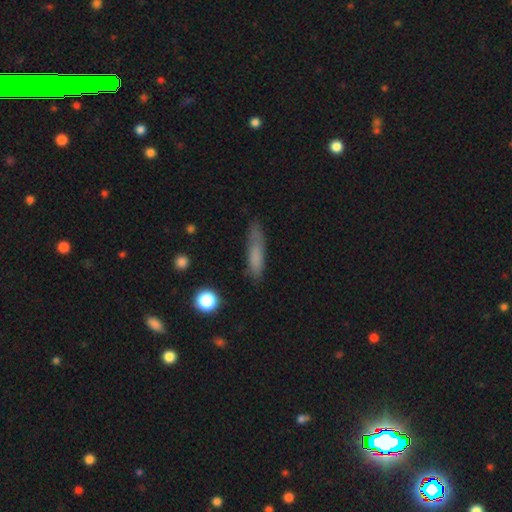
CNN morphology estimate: Overall: smooth (75%). How rounded: cigar-shaped (81%). Merging: none (72%).